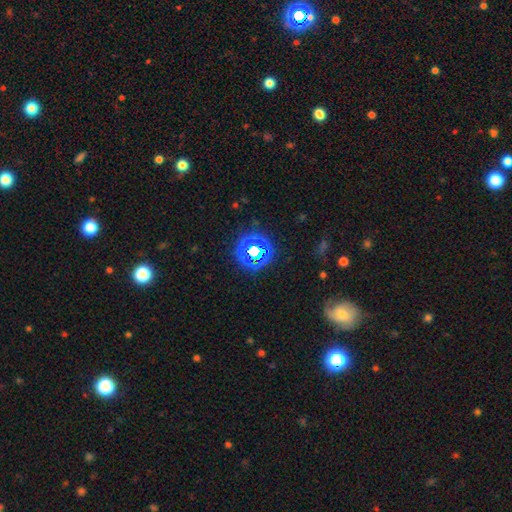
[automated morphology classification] The model was most divided on "smooth or featured": star or artifact: 70%, smooth: 20%, featured or disk: 9%.